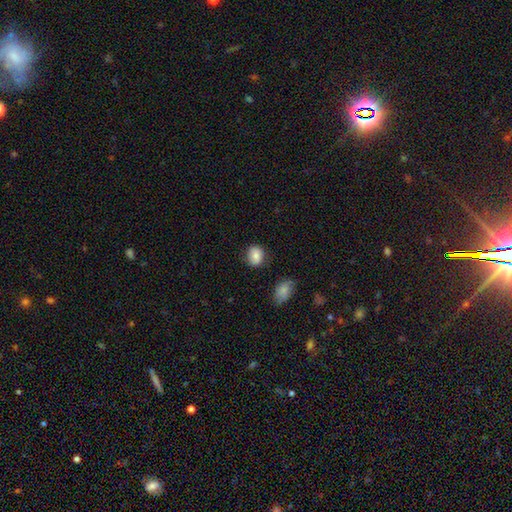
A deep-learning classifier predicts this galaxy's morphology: This is clearly a smooth galaxy (82%). How rounded: possibly round (57%). Merging: likely none (76%).